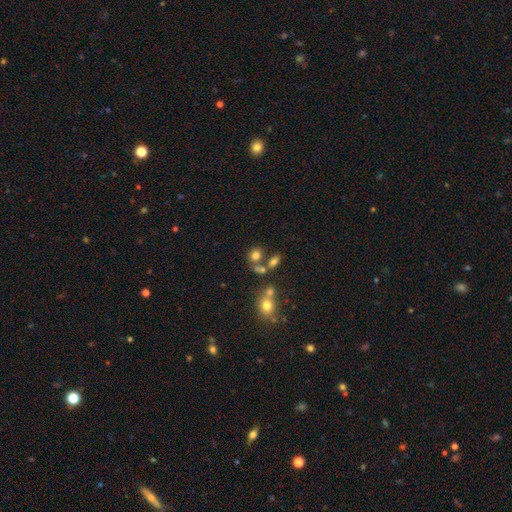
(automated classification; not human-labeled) The model was most divided on "merging": none: 52%, merger: 31%, minor disturbance: 11%, major disturbance: 6%. More confident: smooth or featured — smooth (72%); how rounded — round (70%).